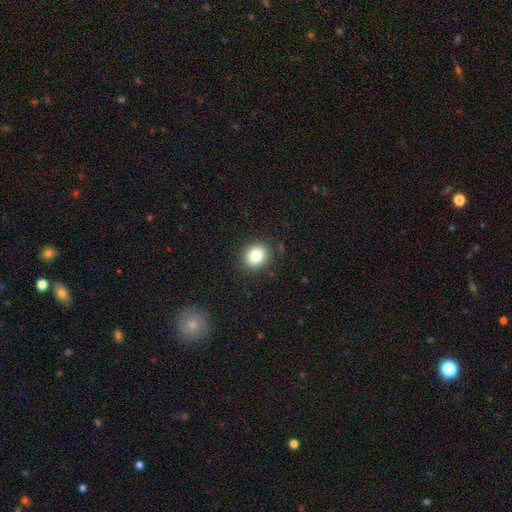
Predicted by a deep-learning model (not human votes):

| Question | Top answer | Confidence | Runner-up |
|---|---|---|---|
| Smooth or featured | smooth | 84% | star or artifact (10%) |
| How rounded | round | 75% | in between (24%) |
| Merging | none | 88% | minor disturbance (8%) |